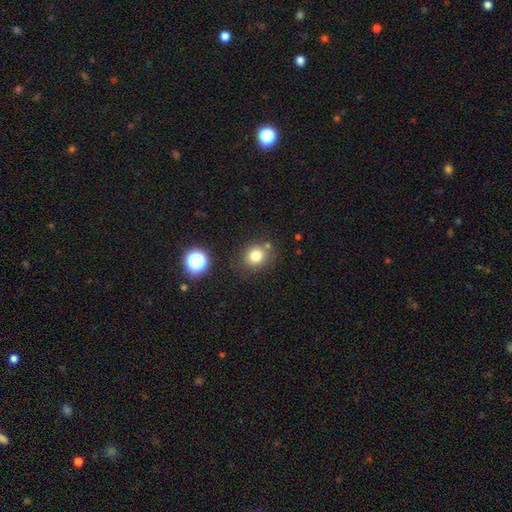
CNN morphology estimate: Smooth or featured? smooth (79%)
How rounded? round (77%)
Merging? none (76%)